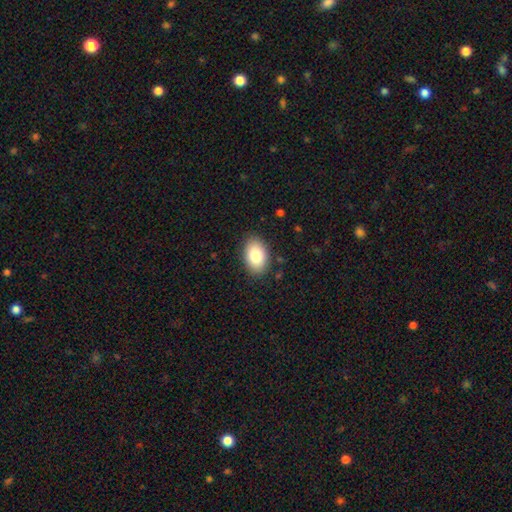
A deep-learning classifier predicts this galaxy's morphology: Smooth or featured?
  - smooth: 82% *
  - featured or disk: 10%
  - star or artifact: 7%
How rounded?
  - in between: 88% *
  - round: 11%
  - cigar-shaped: 1%
Merging?
  - none: 87% *
  - minor disturbance: 10%
  - major disturbance: 2%
  - merger: 1%